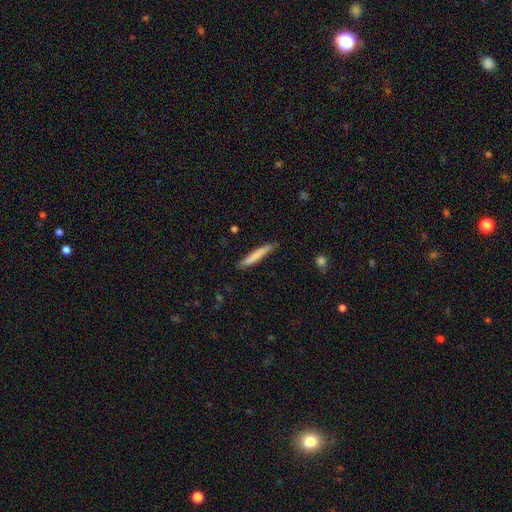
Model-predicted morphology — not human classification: This appears to be a smooth galaxy with no disk features (75%) that is cigar-shaped (95%). Merging: none (83%).